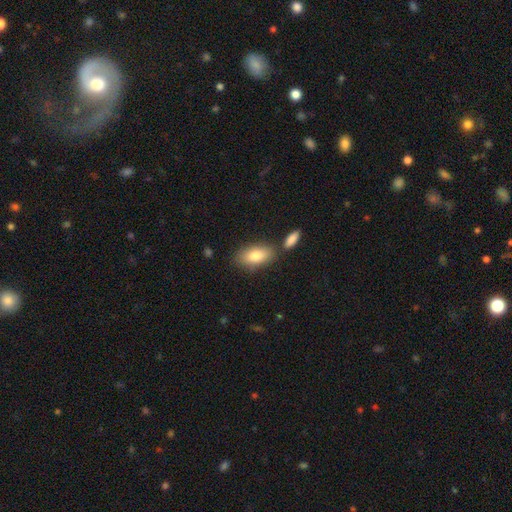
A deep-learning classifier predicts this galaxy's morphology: This appears to be a smooth galaxy with no disk features (81%) that is in between round and cigar-shaped (90%). Merging: none (72%).